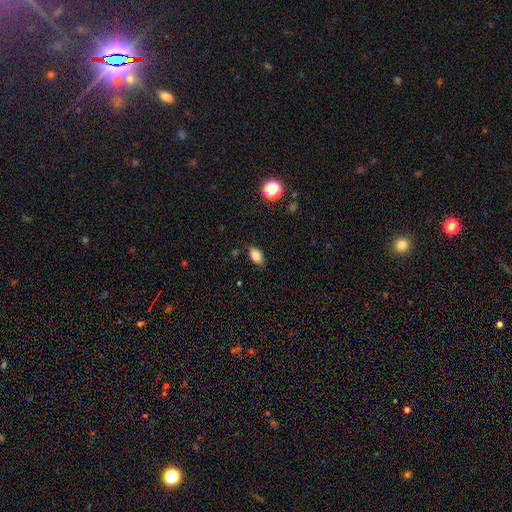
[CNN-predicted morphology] Smooth or featured? smooth (82%)
How rounded? in between (89%)
Merging? none (83%)